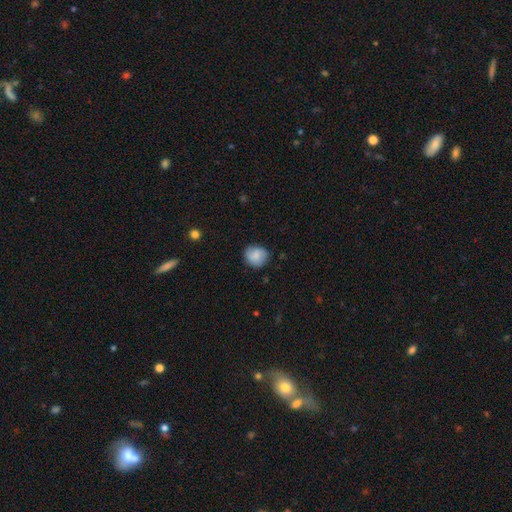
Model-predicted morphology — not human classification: type=smooth (82%); roundness=round (84%); merging=none (84%).